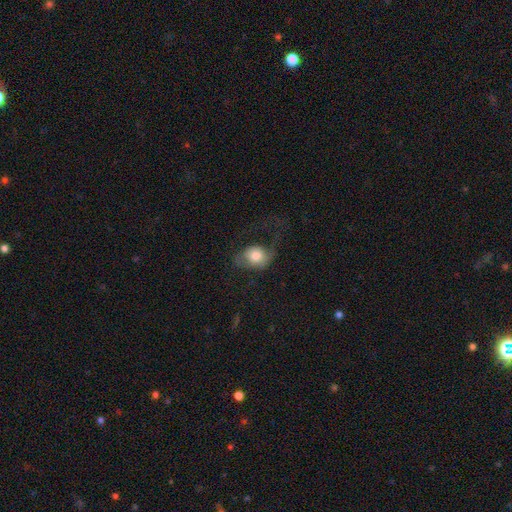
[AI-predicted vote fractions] A smooth galaxy with no disk features (68%) that is round (50%). Merging: major disturbance (48%).